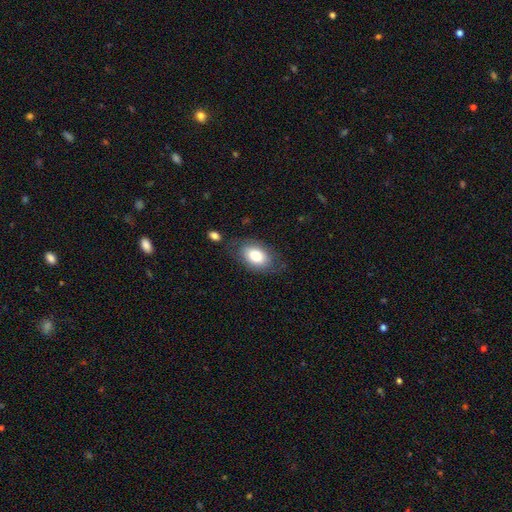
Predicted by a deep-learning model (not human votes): smooth 76%, featured or disk 17%, star or artifact 7%. Down the decision tree: how rounded — in between (89%); merging — none (73%).